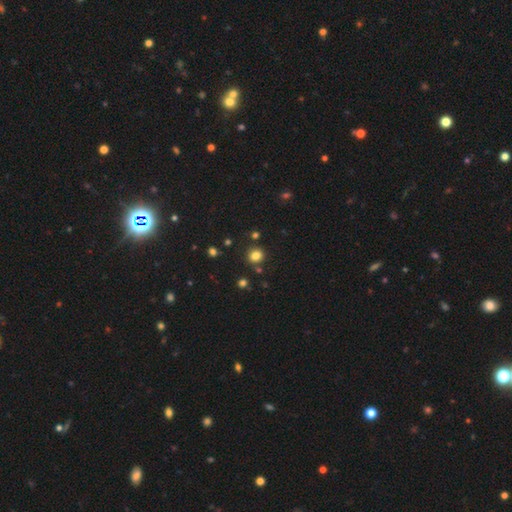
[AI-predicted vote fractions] Overall: smooth (81%). How rounded: round (80%). Merging: none (84%).